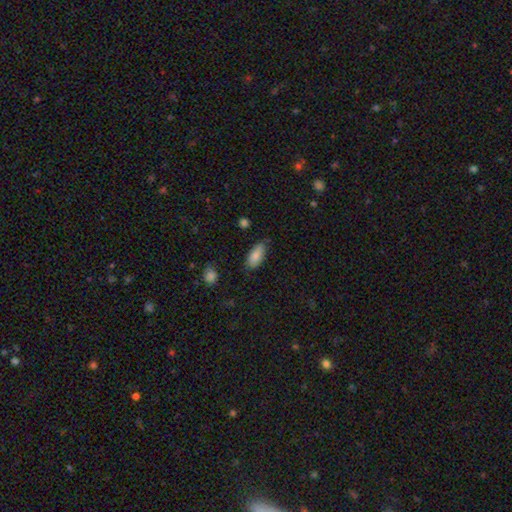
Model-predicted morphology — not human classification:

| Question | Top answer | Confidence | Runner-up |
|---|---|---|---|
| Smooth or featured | smooth | 83% | featured or disk (10%) |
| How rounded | in between | 89% | cigar-shaped (9%) |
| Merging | none | 74% | minor disturbance (21%) |